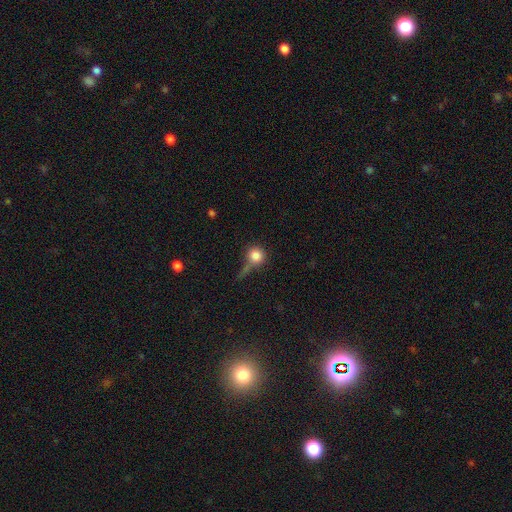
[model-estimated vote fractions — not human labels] smooth 80%, star or artifact 10%, featured or disk 10%. Down the decision tree: how rounded — round (89%); merging — none (46%).